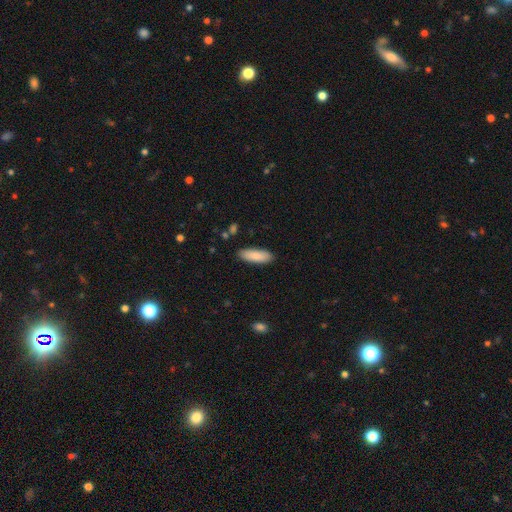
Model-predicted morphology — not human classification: A smooth galaxy with no disk features (87%) that is in between round and cigar-shaped (60%). Merging: none (88%).